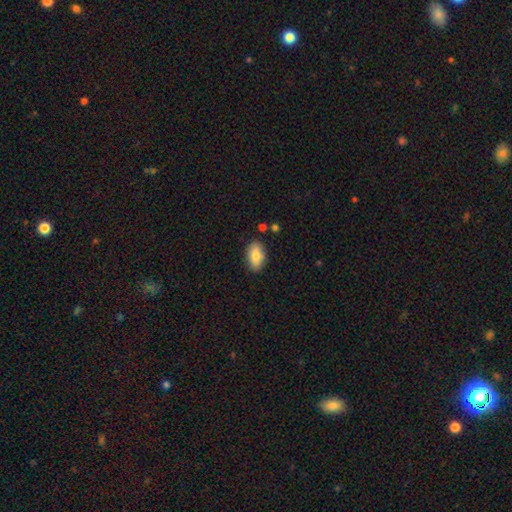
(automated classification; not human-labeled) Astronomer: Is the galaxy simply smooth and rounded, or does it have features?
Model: smooth — 81%.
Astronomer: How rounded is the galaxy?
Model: in between — 91%.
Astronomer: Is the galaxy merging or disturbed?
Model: none — 82%.